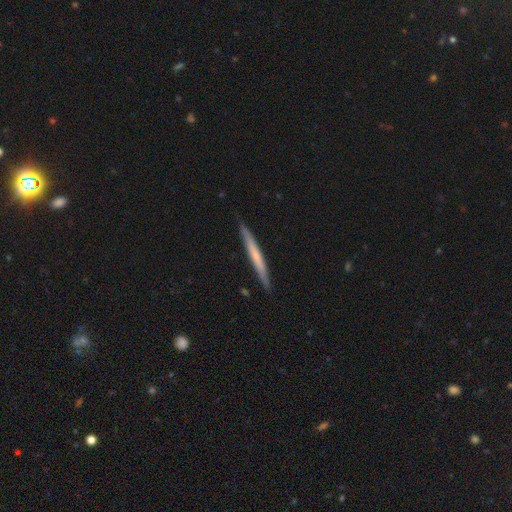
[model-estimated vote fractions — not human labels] A smooth galaxy with no disk features (51%) that is cigar-shaped (97%).

Vote fractions:
- Smooth or featured? smooth: 51% / featured or disk: 44% / star or artifact: 5%
- How rounded? cigar-shaped: 97% / in between: 2% / round: 1%
- Merging? none: 89% / minor disturbance: 8% / major disturbance: 1% / merger: 1%